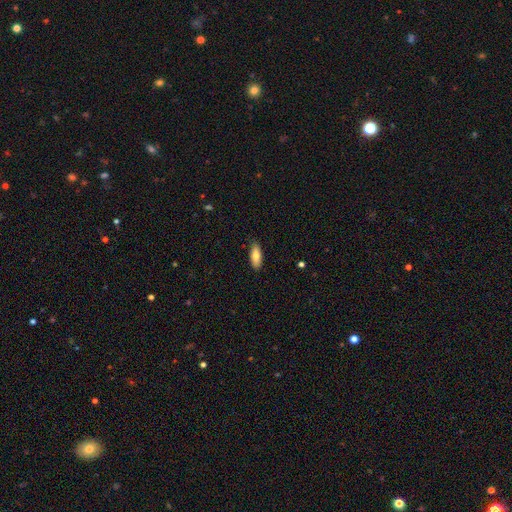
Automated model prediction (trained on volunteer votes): The model was most divided on "how rounded": in between: 72%, cigar-shaped: 26%, round: 2%. More confident: merging — none (87%); smooth or featured — smooth (78%).